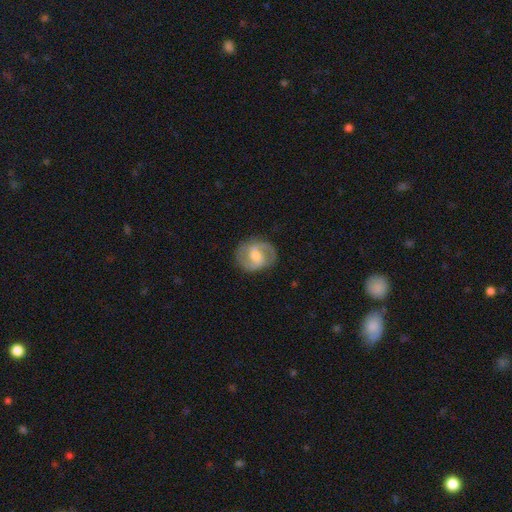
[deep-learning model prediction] The model was most divided on "bar": weak: 50%, strong: 26%, no: 24%. More confident: edge-on disk — no (97%); spiral arms — yes (91%); spiral arm count — 2 (88%); merging — none (82%); smooth or featured — featured or disk (77%); bulge size — moderate (58%); spiral winding — medium (53%).